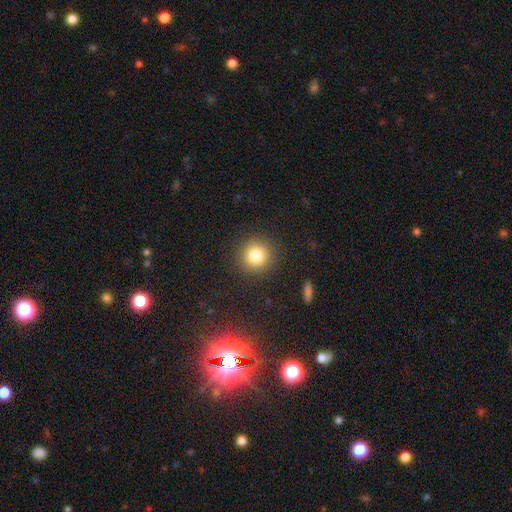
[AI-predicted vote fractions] The model was most divided on "smooth or featured": smooth: 81%, star or artifact: 11%, featured or disk: 7%. More confident: how rounded — round (92%); merging — none (90%).